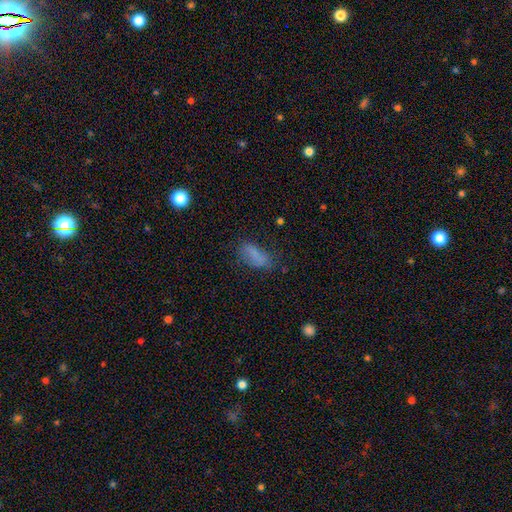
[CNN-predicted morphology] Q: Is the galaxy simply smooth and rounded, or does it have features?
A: smooth — 74%.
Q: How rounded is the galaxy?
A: in between — 80%.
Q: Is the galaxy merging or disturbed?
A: none — 60%.